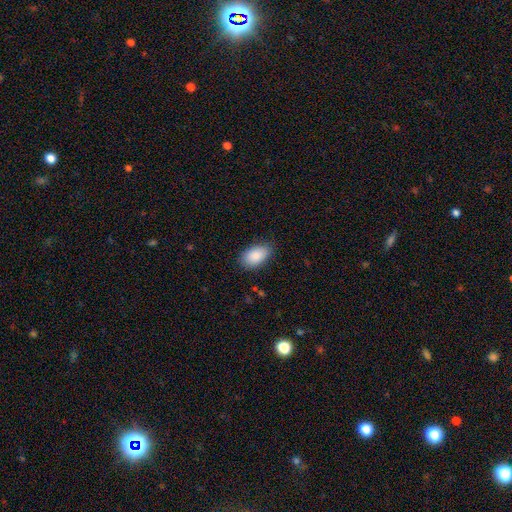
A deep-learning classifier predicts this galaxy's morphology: smooth-or-featured: smooth: 88% | star or artifact: 7% | featured or disk: 5%
  how-rounded: in between: 94% | round: 5% | cigar-shaped: 1%
  merging: none: 80% | minor disturbance: 16% | major disturbance: 3% | merger: 1%